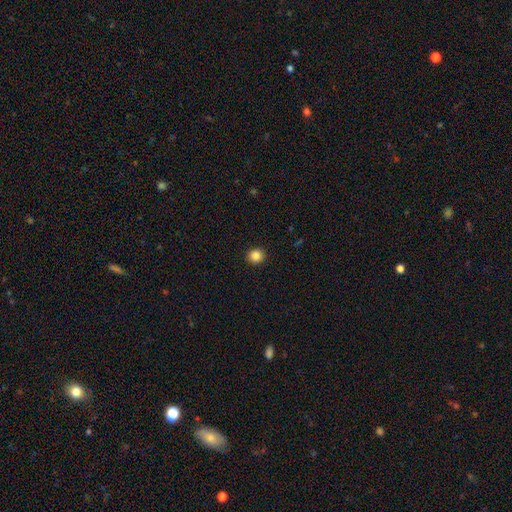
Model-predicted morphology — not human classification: Smooth or featured? smooth (85%)
How rounded? round (90%)
Merging? none (92%)